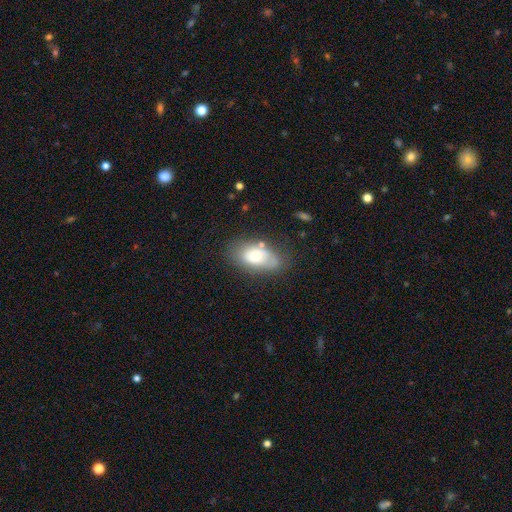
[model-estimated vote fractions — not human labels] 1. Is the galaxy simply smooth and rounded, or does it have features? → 55% smooth, 36% featured or disk, 8% star or artifact.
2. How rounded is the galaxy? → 88% in between, 10% round, 3% cigar-shaped.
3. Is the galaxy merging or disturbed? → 63% none, 23% minor disturbance, 8% major disturbance, 6% merger.